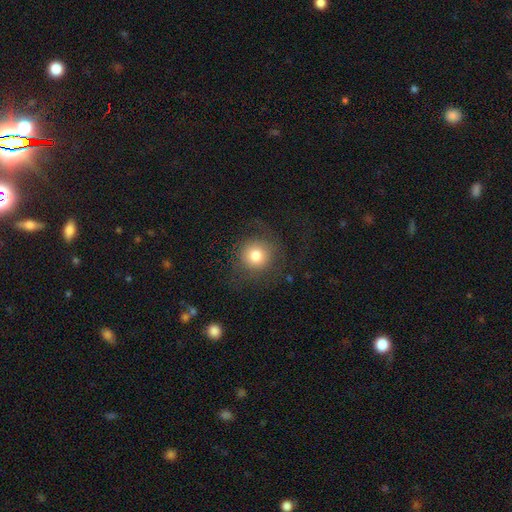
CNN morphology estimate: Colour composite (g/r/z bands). It shows a smooth galaxy with no disk features (74%) that is round (92%). Merging: none (73%).